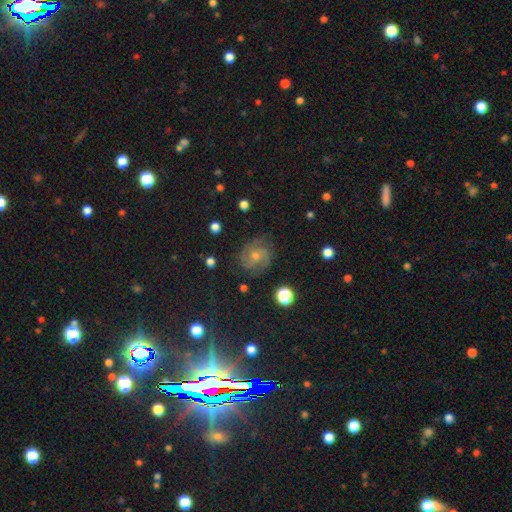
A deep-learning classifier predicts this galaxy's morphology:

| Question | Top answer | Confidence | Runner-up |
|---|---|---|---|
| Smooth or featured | featured or disk | 60% | star or artifact (23%) |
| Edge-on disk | no | 97% | yes (3%) |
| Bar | no | 65% | weak (29%) |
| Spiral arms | yes | 93% | no (7%) |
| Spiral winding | tight | 47% | medium (41%) |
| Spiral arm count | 2 | 44% | can't tell (24%) |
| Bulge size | small | 53% | moderate (41%) |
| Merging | none | 80% | minor disturbance (13%) |